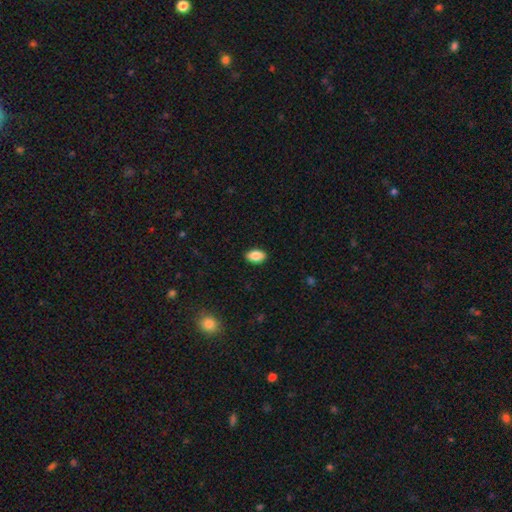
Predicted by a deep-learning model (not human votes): Overall: smooth (87%). How rounded: in between (91%). Merging: none (90%).